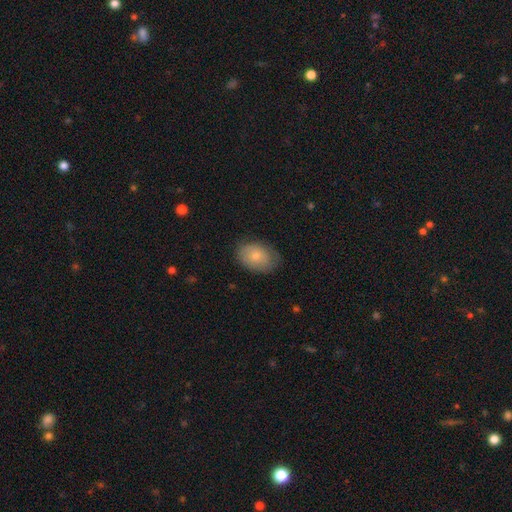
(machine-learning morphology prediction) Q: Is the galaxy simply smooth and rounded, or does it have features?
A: smooth — 76%.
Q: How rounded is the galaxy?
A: in between — 81%.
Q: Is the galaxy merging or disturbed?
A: none — 74%.